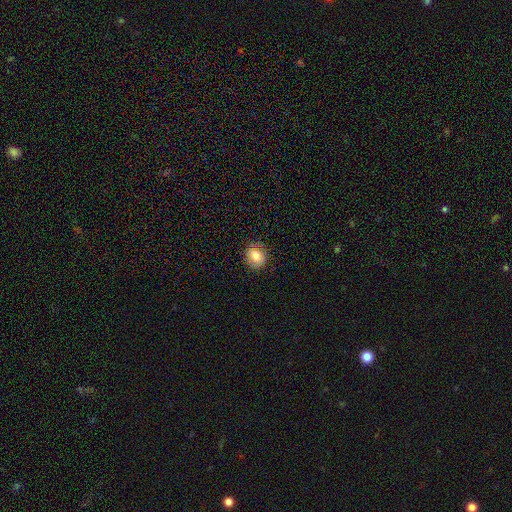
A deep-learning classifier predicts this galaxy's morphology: Smooth or featured? Predicted: smooth (p=0.78). How rounded? Predicted: round (p=0.68). Merging? Predicted: none (p=0.81).